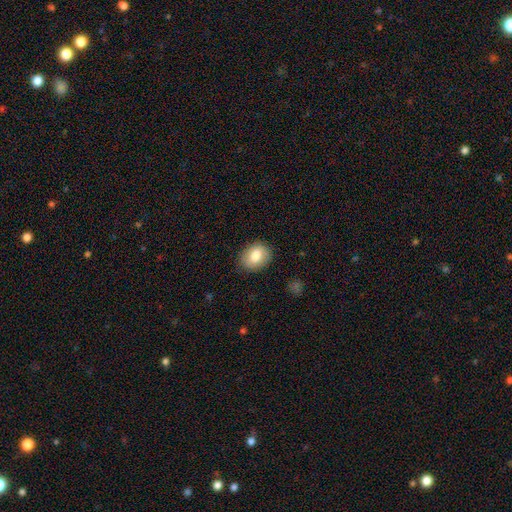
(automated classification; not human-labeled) Smooth or featured? smooth (82%)
How rounded? in between (60%)
Merging? none (85%)